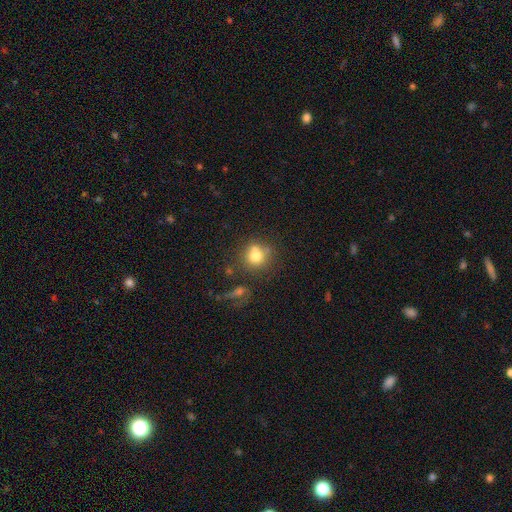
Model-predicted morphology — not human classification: Smooth or featured? smooth (73%)
How rounded? round (84%)
Merging? none (53%)